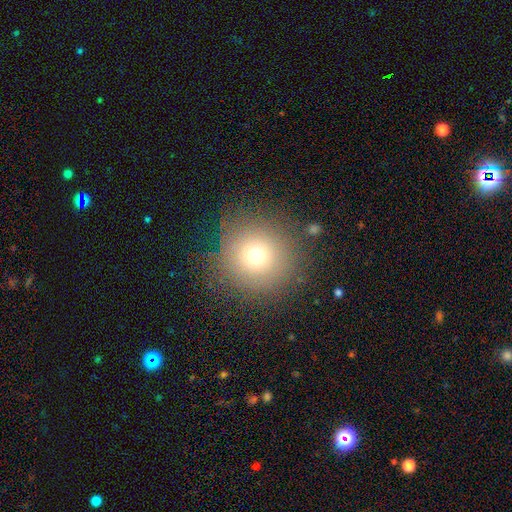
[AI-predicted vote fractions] smooth_or_featured: smooth (p=0.70) [alt: star or artifact p=0.18]
how_rounded: round (p=0.95) [alt: in between p=0.04]
merging: none (p=0.84) [alt: minor disturbance p=0.09]